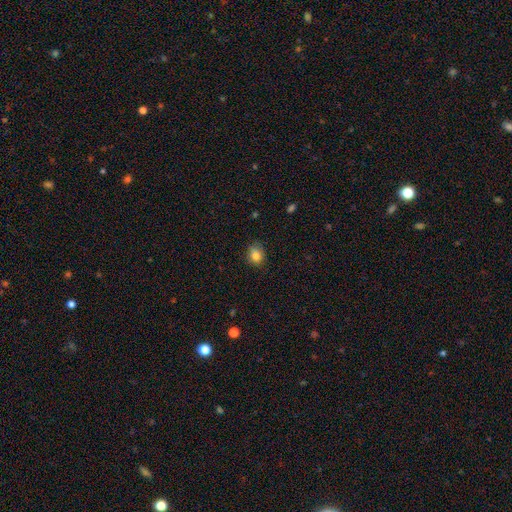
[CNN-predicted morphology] Overall: smooth (84%). How rounded: round (54%; in between 45%). Merging: none (79%).